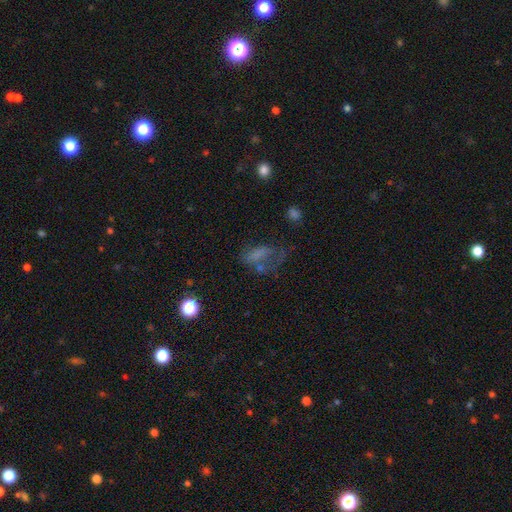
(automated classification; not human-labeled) This appears to be a featured or disk galaxy (37%). Merging: none (42%).